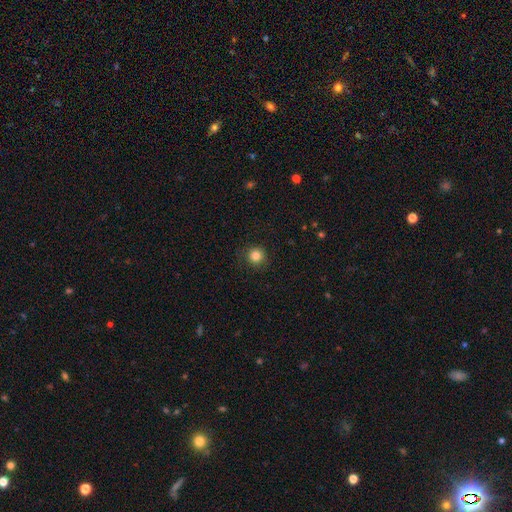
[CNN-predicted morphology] Smooth or featured? Predicted: smooth (p=0.83). How rounded? Predicted: round (p=0.95). Merging? Predicted: none (p=0.89).